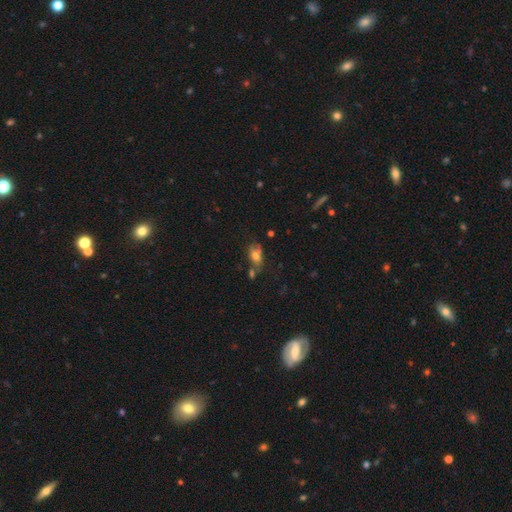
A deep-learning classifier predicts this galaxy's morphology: This appears to be a smooth galaxy with no disk features (60%) that is in between round and cigar-shaped (83%). Merging: none (44%).